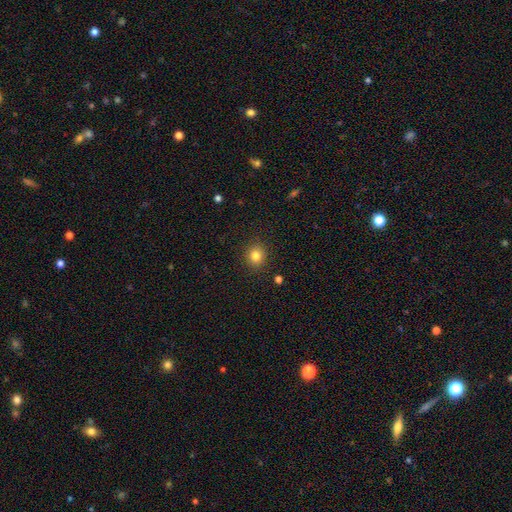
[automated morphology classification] A smooth galaxy with no disk features (83%) that is round (83%). Merging: none (90%).